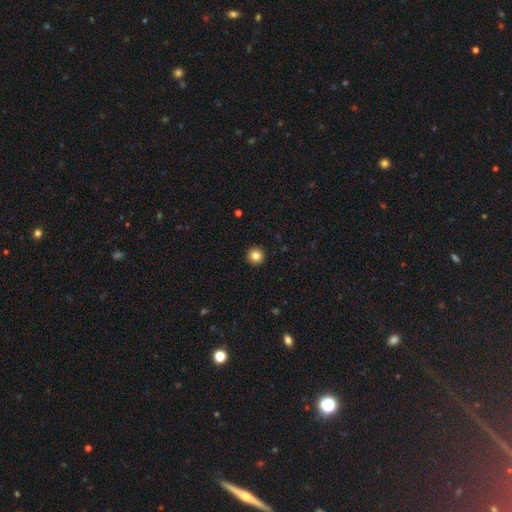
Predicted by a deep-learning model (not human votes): A smooth galaxy with no disk features (83%) that is round (96%). Merging: none (94%).